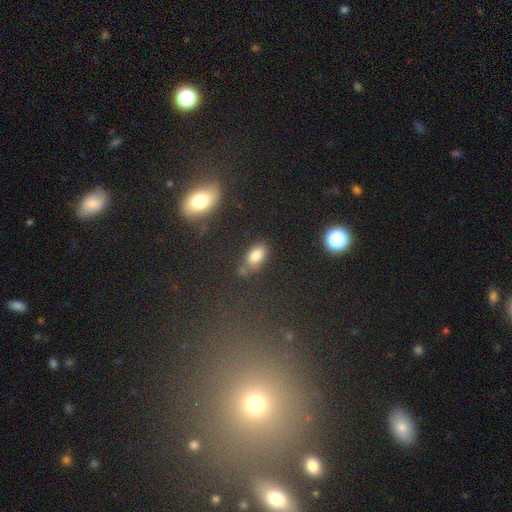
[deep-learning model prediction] Overall: smooth (79%). How rounded: in between (88%). Merging: none (66%).